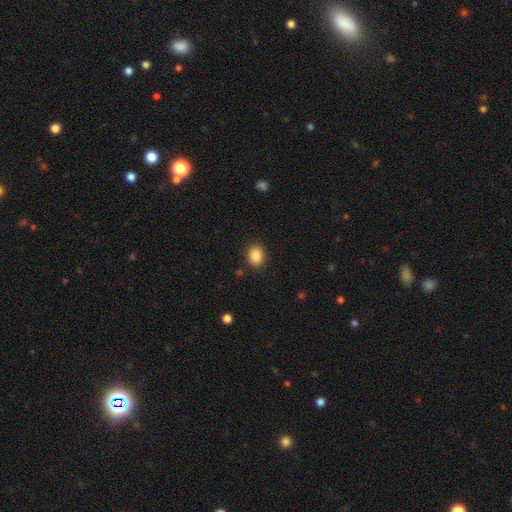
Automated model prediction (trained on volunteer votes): Q: Smooth or featured?
A: smooth (87%); runner-up: star or artifact (9%)
Q: How rounded?
A: in between (54%); runner-up: round (45%)
Q: Merging?
A: none (89%); runner-up: minor disturbance (8%)